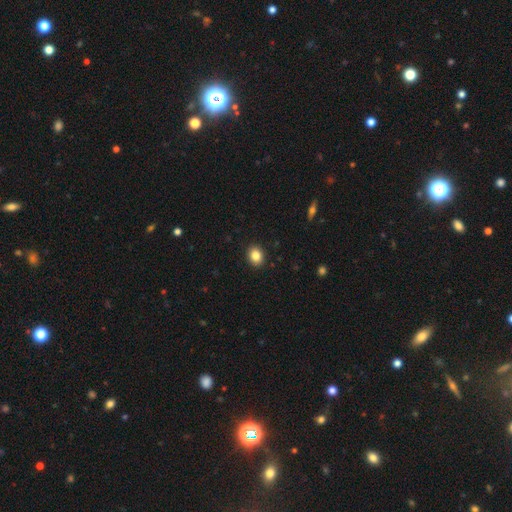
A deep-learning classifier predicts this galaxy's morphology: A smooth galaxy with no disk features (85%) that is round (58%). Merging: none (91%).